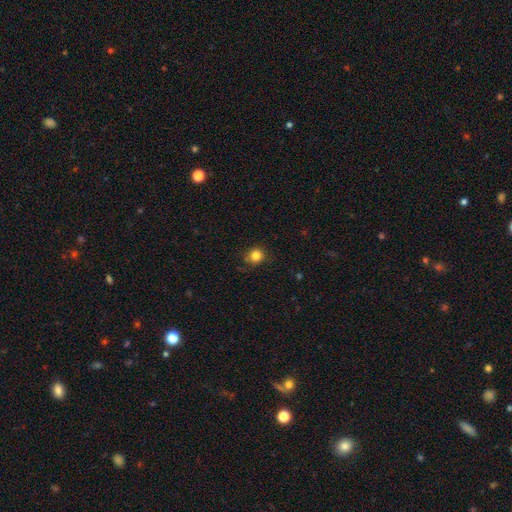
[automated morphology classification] Q: Smooth or featured?
A: smooth (83%); runner-up: star or artifact (12%)
Q: How rounded?
A: round (88%); runner-up: in between (11%)
Q: Merging?
A: none (83%); runner-up: minor disturbance (13%)